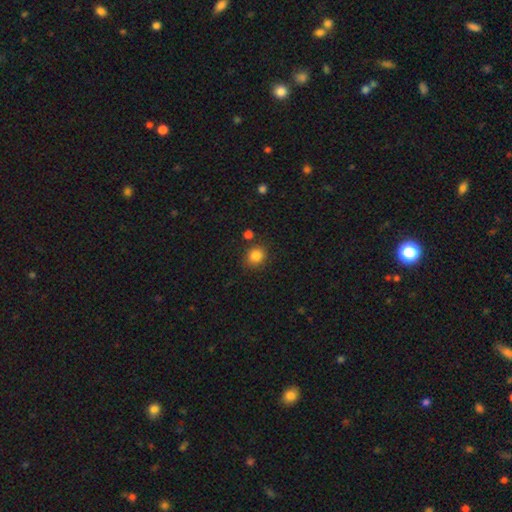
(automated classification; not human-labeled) smooth-or-featured: smooth: 85% | star or artifact: 11% | featured or disk: 5%
  how-rounded: round: 70% | in between: 29% | cigar-shaped: 1%
  merging: none: 81% | minor disturbance: 11% | merger: 5% | major disturbance: 3%